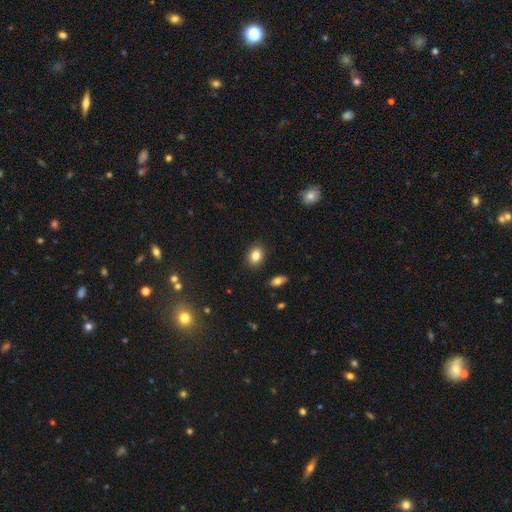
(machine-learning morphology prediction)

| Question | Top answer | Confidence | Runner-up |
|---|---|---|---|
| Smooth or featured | smooth | 83% | star or artifact (10%) |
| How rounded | in between | 61% | round (37%) |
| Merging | none | 89% | minor disturbance (8%) |